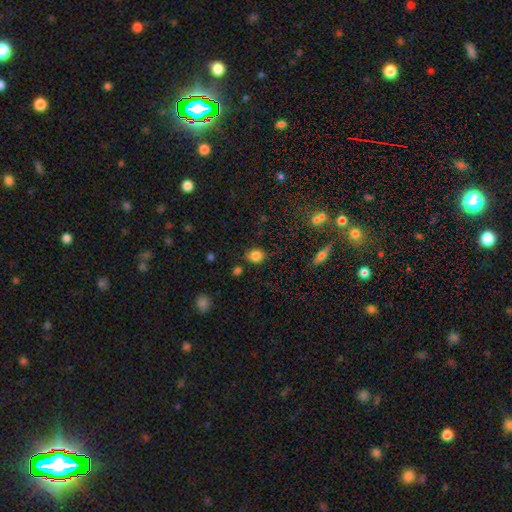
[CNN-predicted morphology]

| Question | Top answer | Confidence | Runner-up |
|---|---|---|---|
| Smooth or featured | smooth | 84% | star or artifact (10%) |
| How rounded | round | 61% | in between (38%) |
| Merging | none | 83% | minor disturbance (11%) |